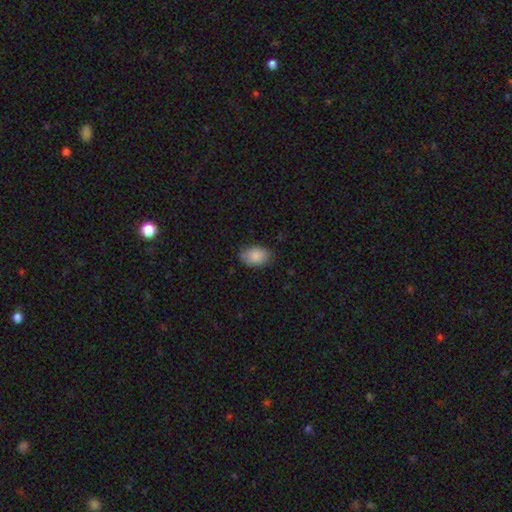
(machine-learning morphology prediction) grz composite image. It shows a smooth galaxy with no disk features (87%) that is in between round and cigar-shaped (85%). Merging: none (80%).